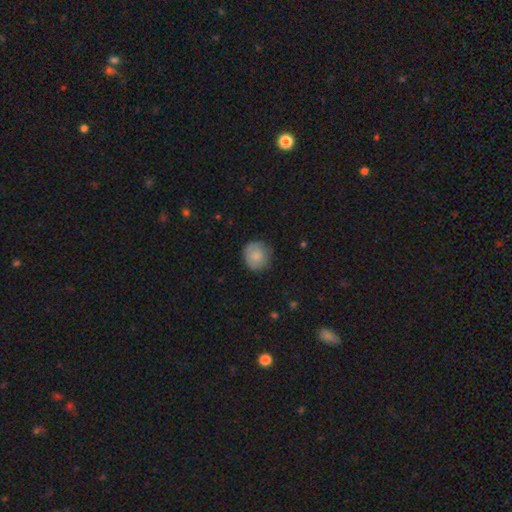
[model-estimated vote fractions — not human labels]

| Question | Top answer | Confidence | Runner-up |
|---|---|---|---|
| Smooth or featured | smooth | 81% | featured or disk (11%) |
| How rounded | round | 87% | in between (12%) |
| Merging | none | 77% | minor disturbance (18%) |